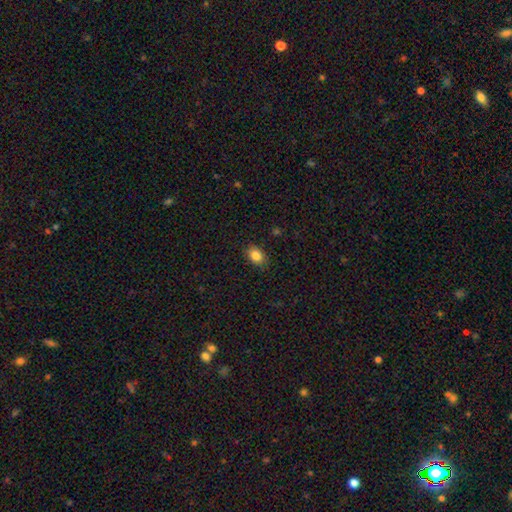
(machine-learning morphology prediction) Smooth or featured?
  - smooth: 85% *
  - star or artifact: 9%
  - featured or disk: 5%
How rounded?
  - in between: 76% *
  - round: 23%
  - cigar-shaped: 1%
Merging?
  - none: 87% *
  - minor disturbance: 10%
  - major disturbance: 2%
  - merger: 1%